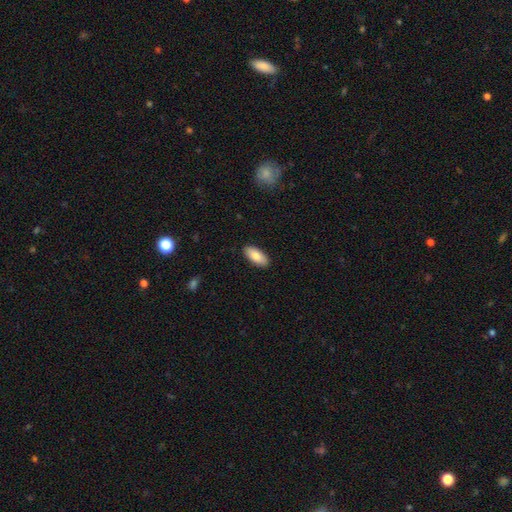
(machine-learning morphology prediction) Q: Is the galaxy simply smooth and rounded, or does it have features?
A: smooth — 83%.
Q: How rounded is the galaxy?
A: in between — 90%.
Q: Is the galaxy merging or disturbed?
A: none — 89%.